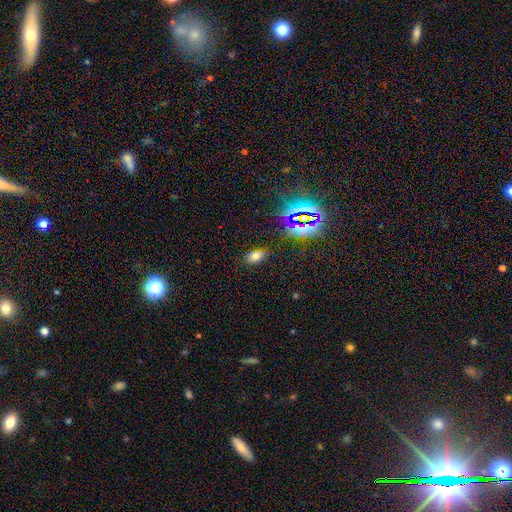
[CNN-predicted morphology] Overall: smooth (67%). How rounded: in between (87%). Merging: none (77%).